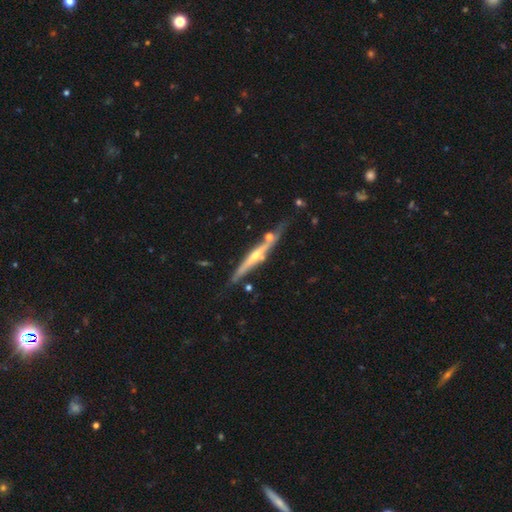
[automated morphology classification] Smooth or featured? Predicted: featured or disk (p=0.78). Edge-on disk? Predicted: yes (p=0.97). Edge-on bulge? Predicted: rounded (p=0.76). Merging? Predicted: none (p=0.73).